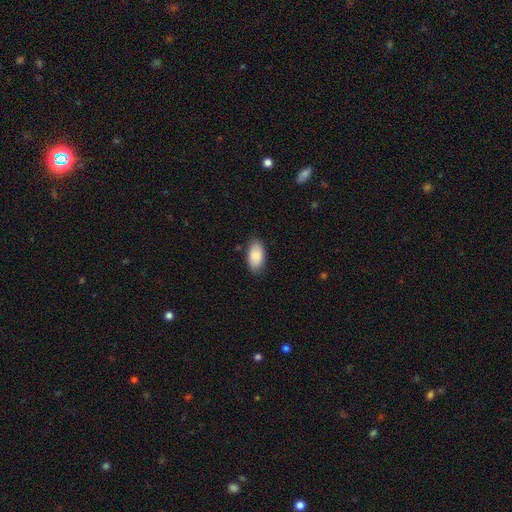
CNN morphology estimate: smooth 85%, featured or disk 9%, star or artifact 6%. Down the decision tree: how rounded — in between (95%); merging — none (79%).